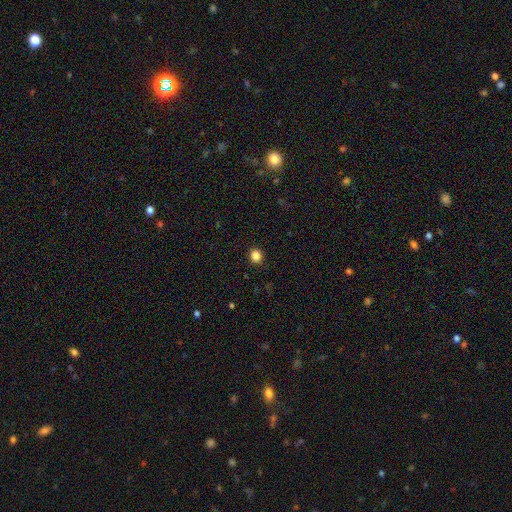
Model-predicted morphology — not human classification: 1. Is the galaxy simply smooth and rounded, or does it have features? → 84% smooth, 12% star or artifact, 3% featured or disk.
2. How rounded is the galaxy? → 88% round, 11% in between, 1% cigar-shaped.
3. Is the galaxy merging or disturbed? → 92% none, 6% minor disturbance, 2% major disturbance, 1% merger.